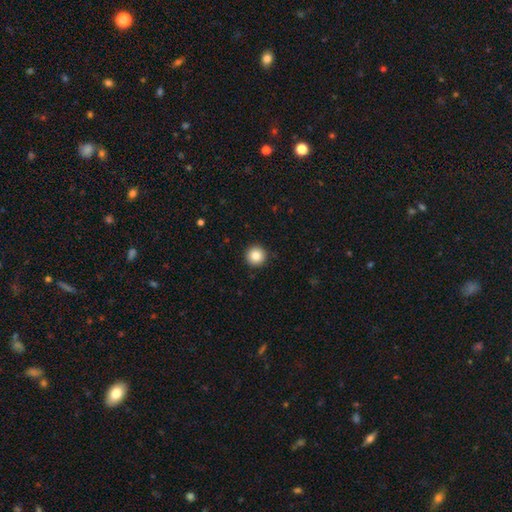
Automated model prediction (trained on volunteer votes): smooth_or_featured: smooth (p=0.85) [alt: star or artifact p=0.10]
how_rounded: round (p=0.96) [alt: in between p=0.03]
merging: none (p=0.93) [alt: minor disturbance p=0.05]